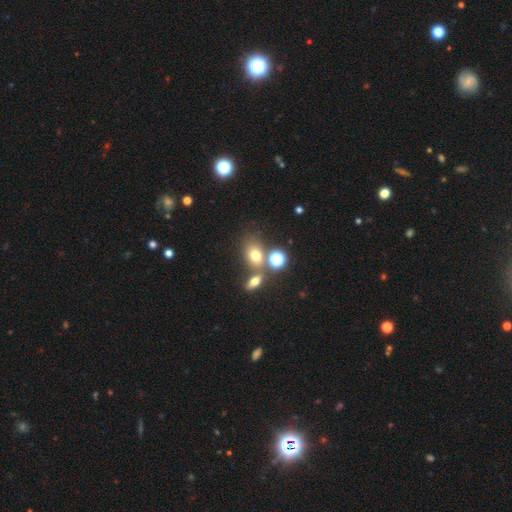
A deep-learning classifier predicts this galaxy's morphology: This is likely a smooth galaxy (69%). How rounded: likely in between (64%). Merging: possibly none (52%).